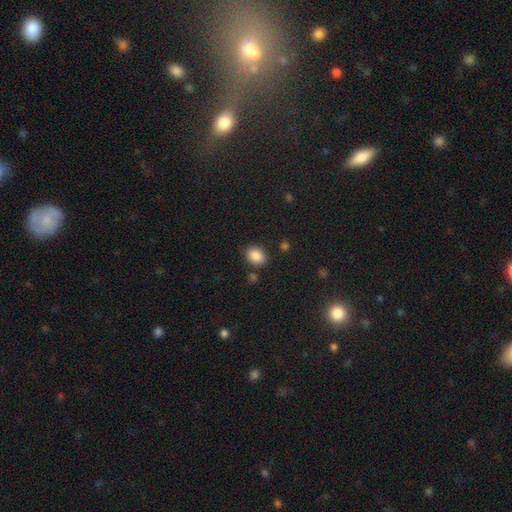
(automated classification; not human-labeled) This appears to be a smooth galaxy with no disk features (87%) that is in between round and cigar-shaped (62%). Merging: none (78%).